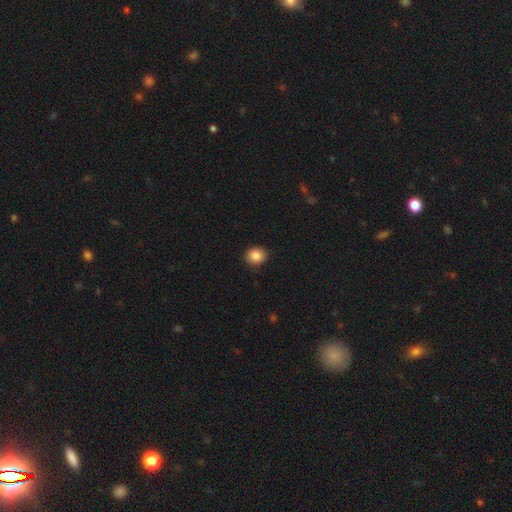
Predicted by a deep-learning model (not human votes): Smooth or featured? smooth (87%)
How rounded? round (69%)
Merging? none (89%)